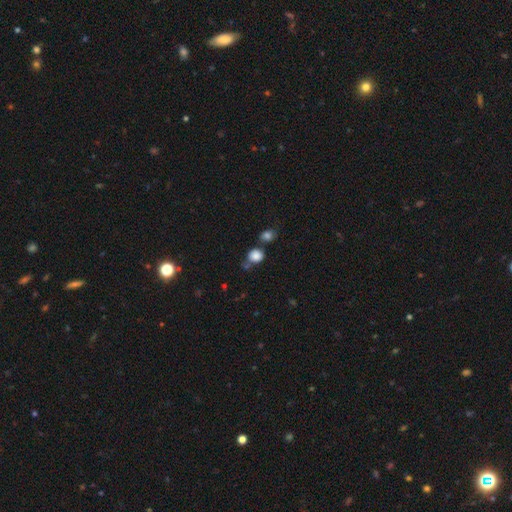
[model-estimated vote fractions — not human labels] Morphology: type=smooth (84%); roundness=round (72%); merging=none (55%).